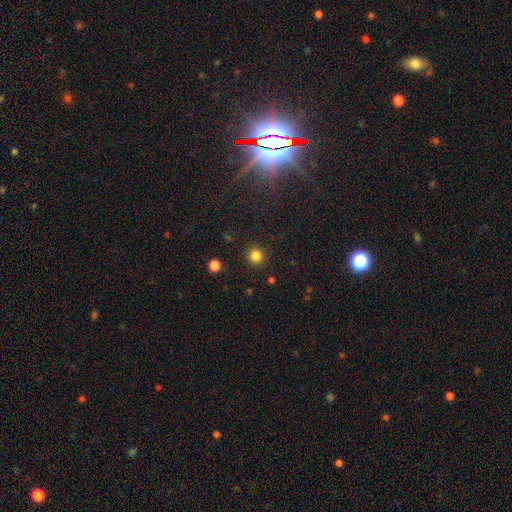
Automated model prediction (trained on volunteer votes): Overall: smooth (83%). How rounded: round (93%). Merging: none (90%).